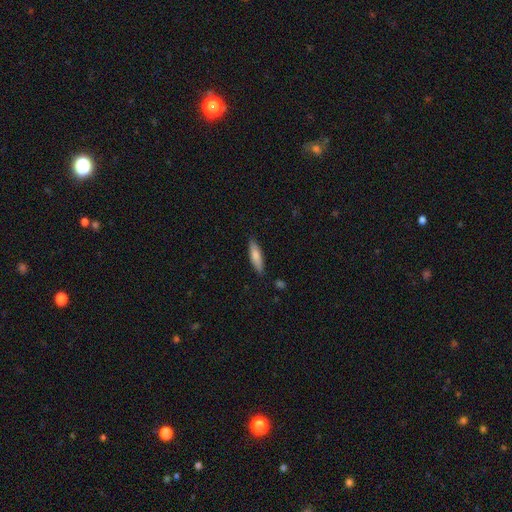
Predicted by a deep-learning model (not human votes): smooth 76%, featured or disk 18%, star or artifact 6%. Down the decision tree: how rounded — cigar-shaped (64%); merging — none (86%).